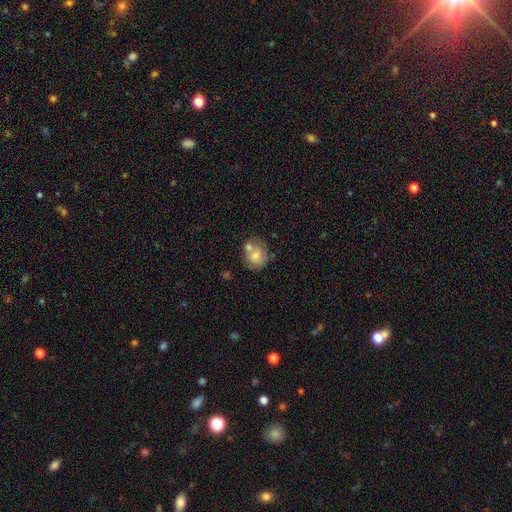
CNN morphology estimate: smooth-or-featured: smooth: 70% | featured or disk: 21% | star or artifact: 8%
  how-rounded: round: 68% | in between: 31% | cigar-shaped: 1%
  merging: none: 45% | merger: 32% | minor disturbance: 17% | major disturbance: 6%